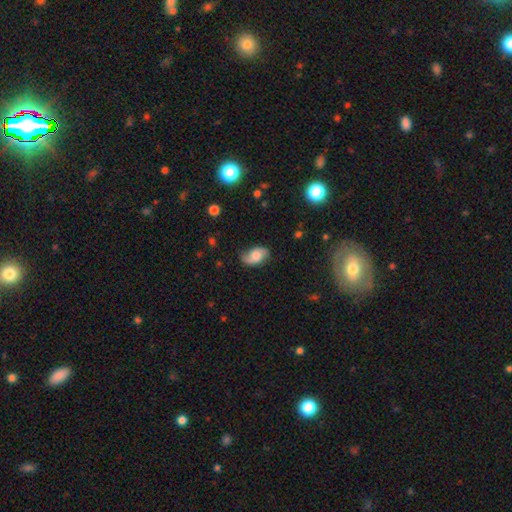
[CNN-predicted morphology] This appears to be a smooth galaxy with no disk features (48%). Merging: none (65%).